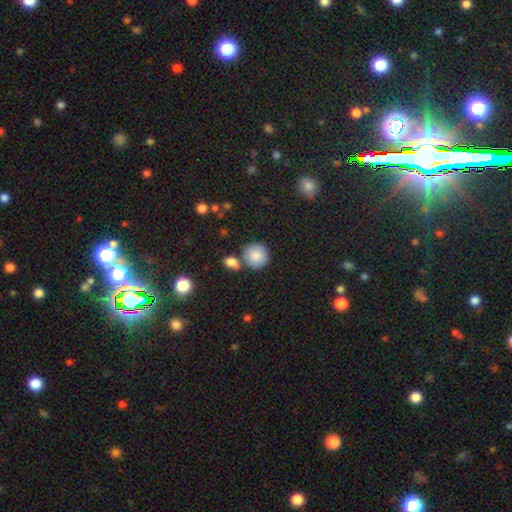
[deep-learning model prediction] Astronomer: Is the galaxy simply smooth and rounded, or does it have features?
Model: smooth — 86%.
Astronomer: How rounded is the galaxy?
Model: round — 92%.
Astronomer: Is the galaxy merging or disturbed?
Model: none — 71%.